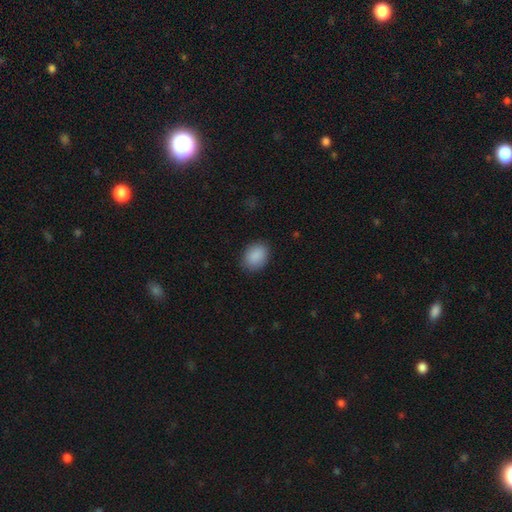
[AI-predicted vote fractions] smooth-or-featured: smooth: 90% | star or artifact: 7% | featured or disk: 3%
  how-rounded: in between: 65% | round: 34% | cigar-shaped: 1%
  merging: none: 86% | minor disturbance: 11% | major disturbance: 3% | merger: 1%